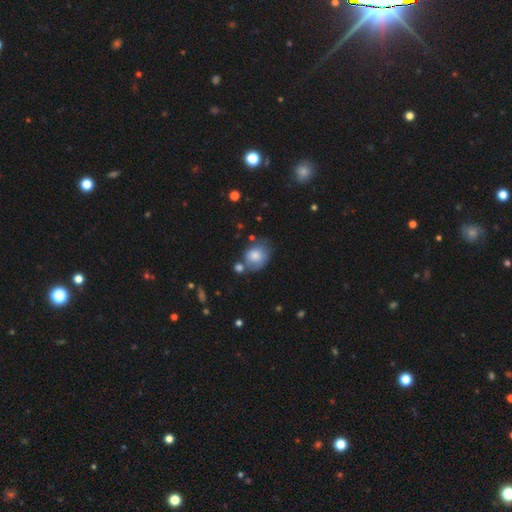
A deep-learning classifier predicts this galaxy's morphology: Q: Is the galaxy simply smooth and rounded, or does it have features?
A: smooth — 77%.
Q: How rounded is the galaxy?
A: round — 56%.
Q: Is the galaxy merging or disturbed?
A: none — 48%.